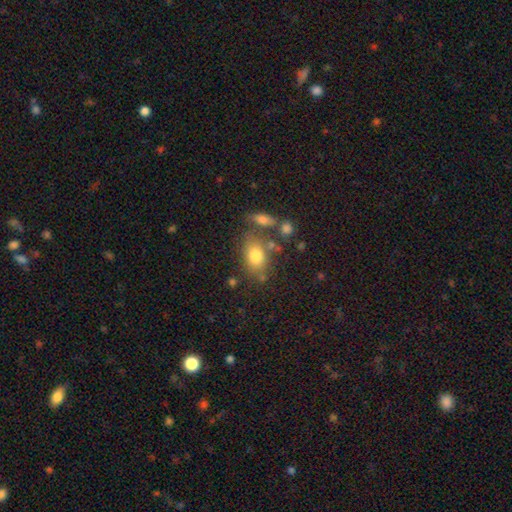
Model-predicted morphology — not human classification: A smooth galaxy with no disk features (77%) that is in between round and cigar-shaped (73%).

Vote fractions:
- Smooth or featured? smooth: 77% / featured or disk: 13% / star or artifact: 10%
- How rounded? in between: 73% / round: 24% / cigar-shaped: 2%
- Merging? none: 63% / minor disturbance: 16% / merger: 14% / major disturbance: 6%